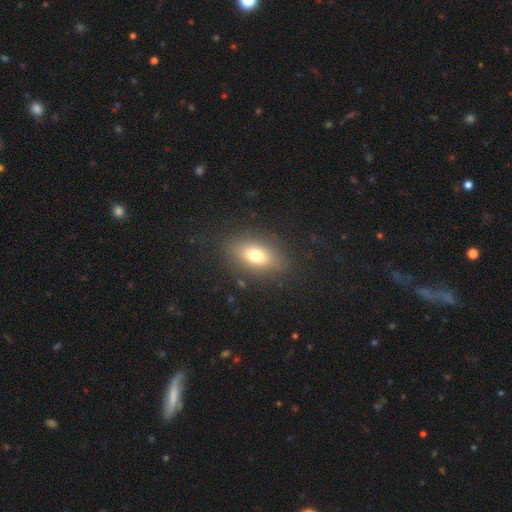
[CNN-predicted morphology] Q: Smooth or featured?
A: smooth (71%); runner-up: featured or disk (17%)
Q: How rounded?
A: in between (80%); runner-up: round (14%)
Q: Merging?
A: none (84%); runner-up: minor disturbance (10%)